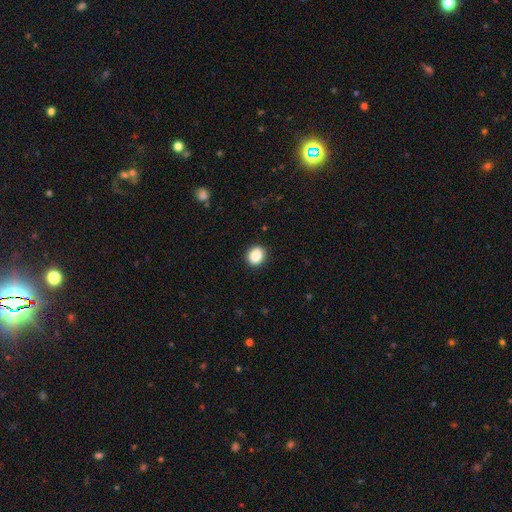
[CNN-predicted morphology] Smooth or featured: smooth — 87% (star or artifact — 9%)
How rounded: round — 68% (in between — 31%)
Merging: none — 90% (minor disturbance — 7%)